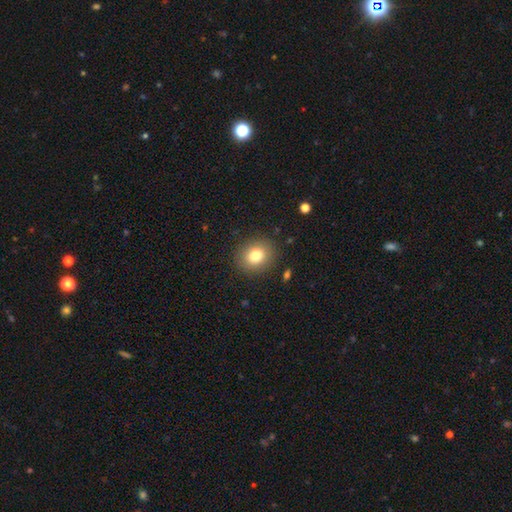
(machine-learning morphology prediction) A smooth galaxy with no disk features (80%) that is round (69%). Merging: none (88%).